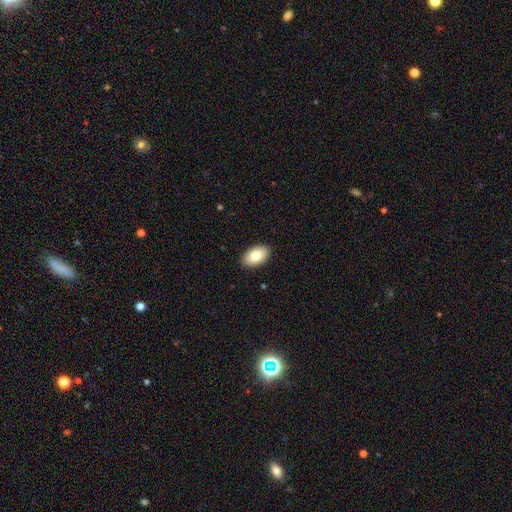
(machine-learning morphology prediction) Smooth or featured: smooth — 82% (featured or disk — 12%)
How rounded: in between — 94% (round — 5%)
Merging: none — 90% (minor disturbance — 7%)